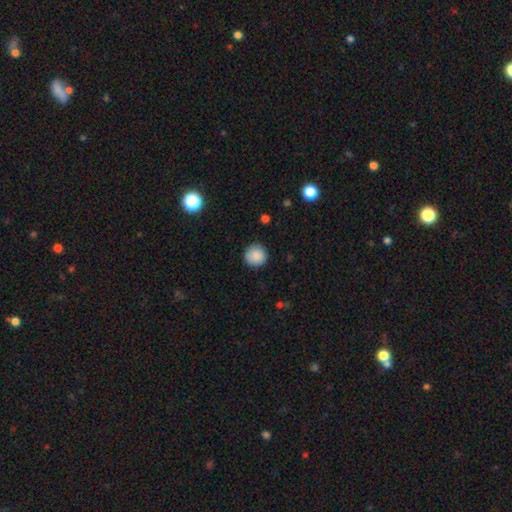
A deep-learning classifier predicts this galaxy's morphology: This appears to be a smooth galaxy with no disk features (88%) that is round (94%). Merging: none (88%).